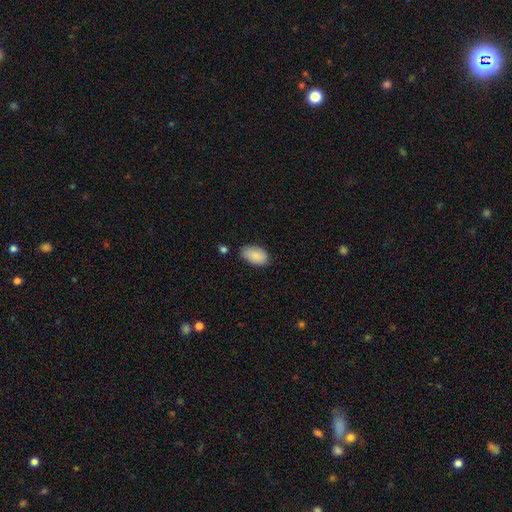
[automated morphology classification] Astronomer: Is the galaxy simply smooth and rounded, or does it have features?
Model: smooth — 84%.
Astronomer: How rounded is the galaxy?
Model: in between — 93%.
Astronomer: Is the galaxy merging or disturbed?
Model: none — 73%.